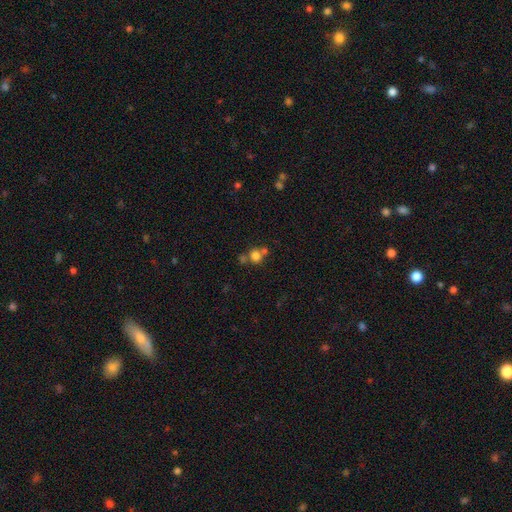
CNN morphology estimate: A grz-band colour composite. It shows a smooth galaxy with no disk features (75%) that is round (88%). Merging: none (59%).